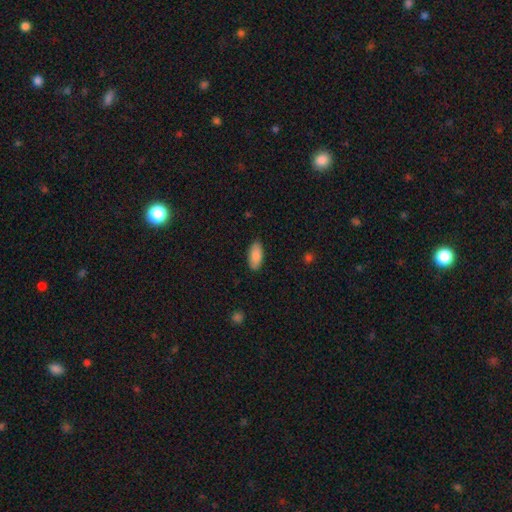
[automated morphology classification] Smooth or featured?
  - smooth: 88% *
  - featured or disk: 6%
  - star or artifact: 6%
How rounded?
  - in between: 91% *
  - cigar-shaped: 8%
  - round: 2%
Merging?
  - none: 88% *
  - minor disturbance: 9%
  - major disturbance: 2%
  - merger: 1%